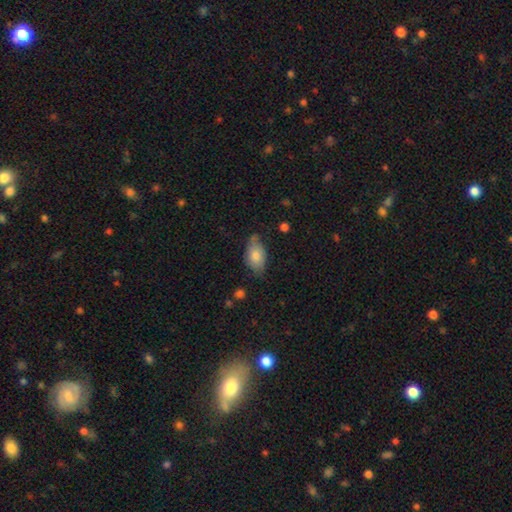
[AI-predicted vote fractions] Smooth or featured: smooth — 73% (featured or disk — 20%)
How rounded: in between — 89% (round — 8%)
Merging: none — 57% (minor disturbance — 34%)